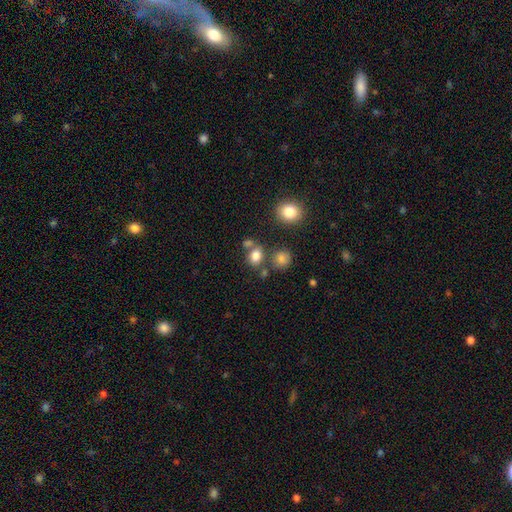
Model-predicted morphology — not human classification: Smooth or featured: smooth — 80% (star or artifact — 13%)
How rounded: in between — 54% (round — 45%)
Merging: none — 62% (merger — 20%)